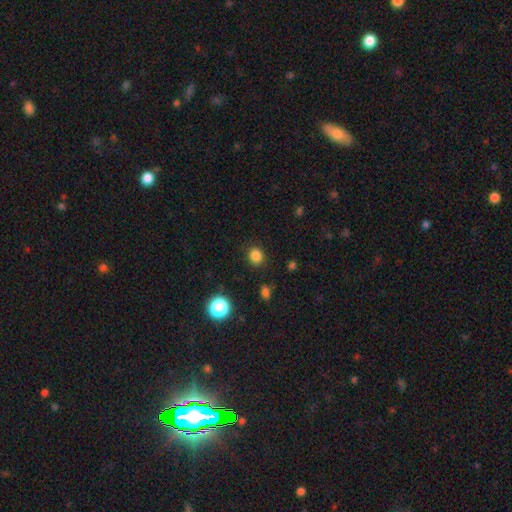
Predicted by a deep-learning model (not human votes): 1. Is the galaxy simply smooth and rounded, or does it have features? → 84% smooth, 13% star or artifact, 4% featured or disk.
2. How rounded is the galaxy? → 77% round, 22% in between, 1% cigar-shaped.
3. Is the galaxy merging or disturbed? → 88% none, 7% minor disturbance, 3% major disturbance, 1% merger.